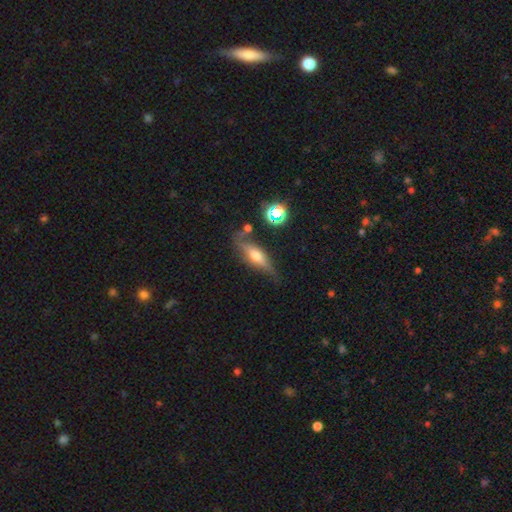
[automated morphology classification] Smooth or featured? Predicted: featured or disk (p=0.53). Edge-on disk? Predicted: yes (p=0.84). Merging? Predicted: none (p=0.65).